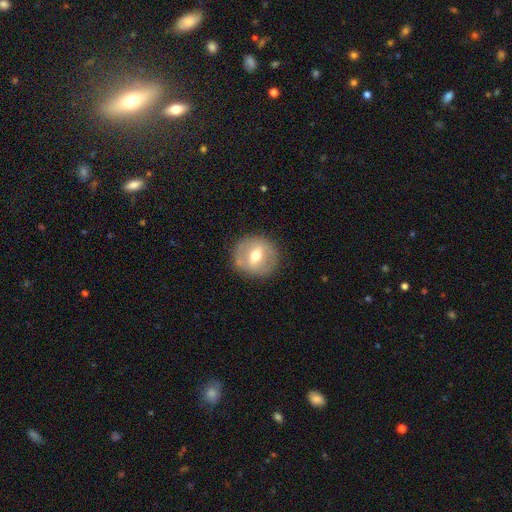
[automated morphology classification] This appears to be a featured or disk galaxy (51%). Merging: none (84%).